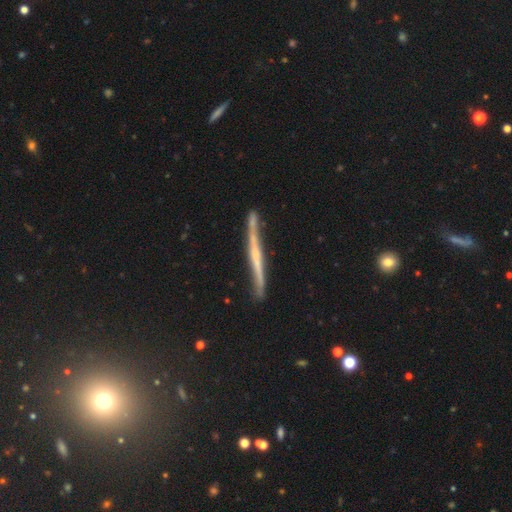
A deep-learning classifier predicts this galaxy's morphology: smooth-or-featured: featured or disk: 74% | smooth: 20% | star or artifact: 7%
  disk-edge-on: yes: 94% | no: 6%
    edge-on-bulge: none: 54% | rounded: 32% | boxy: 13%
  merging: none: 76% | minor disturbance: 17% | merger: 3% | major disturbance: 3%